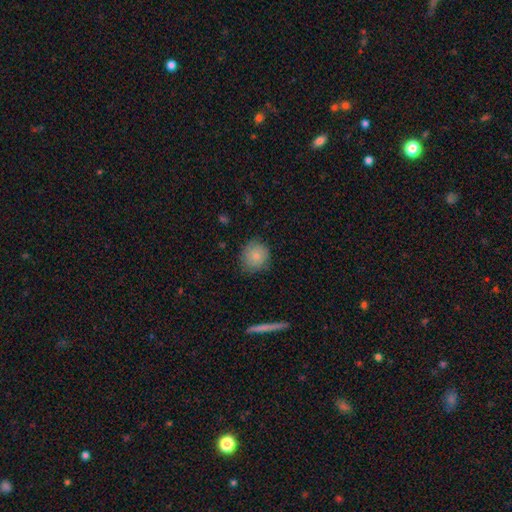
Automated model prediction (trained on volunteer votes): smooth 79%, featured or disk 14%, star or artifact 8%. Down the decision tree: how rounded — round (87%); merging — none (78%).